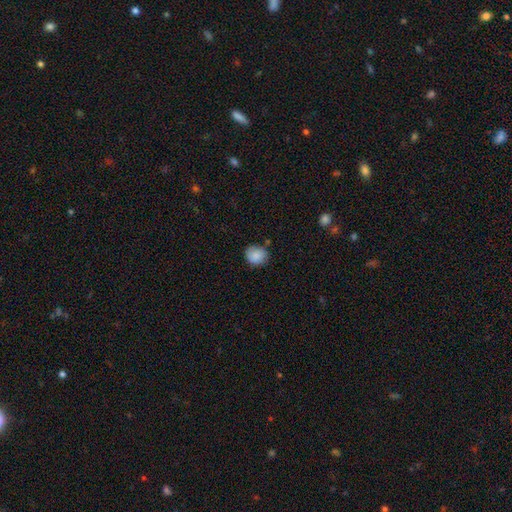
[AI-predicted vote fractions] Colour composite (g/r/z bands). It shows a smooth galaxy with no disk features (84%) that is round (73%). Merging: none (72%).